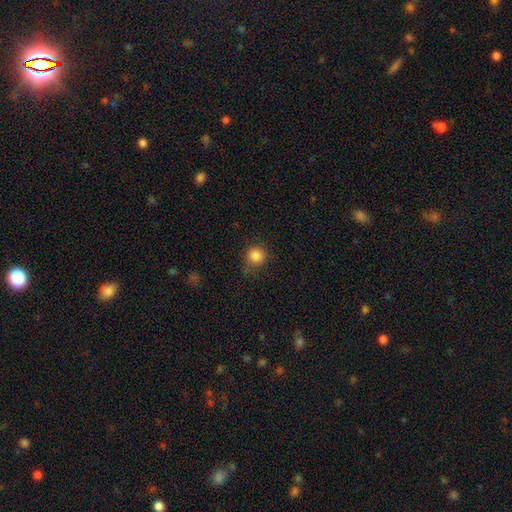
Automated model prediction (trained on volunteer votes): Smooth or featured?
  - smooth: 84% *
  - star or artifact: 11%
  - featured or disk: 5%
How rounded?
  - round: 92% *
  - in between: 7%
  - cigar-shaped: 1%
Merging?
  - none: 70% *
  - minor disturbance: 22%
  - major disturbance: 7%
  - merger: 2%